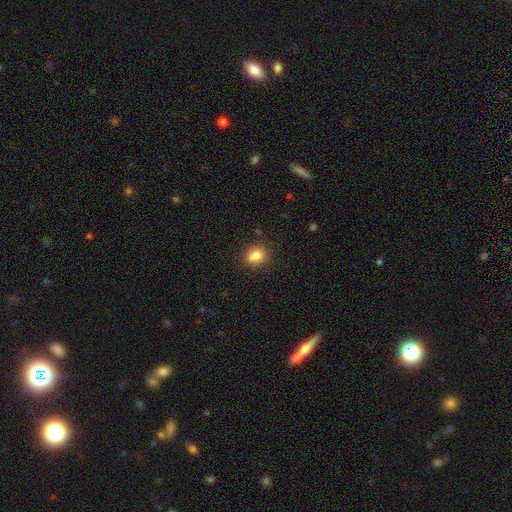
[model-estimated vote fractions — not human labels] This is clearly a smooth galaxy (82%). How rounded: possibly round (55%). Merging: likely none (68%).